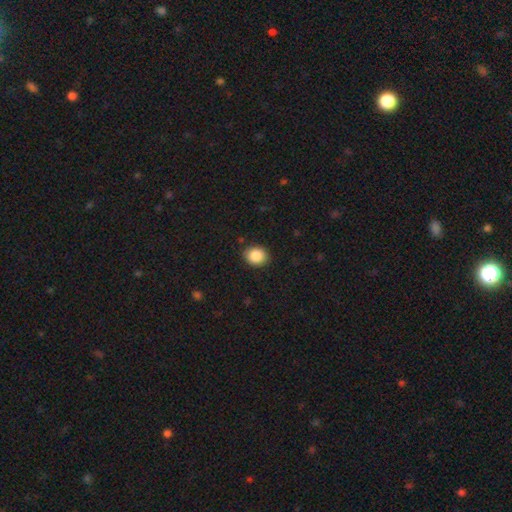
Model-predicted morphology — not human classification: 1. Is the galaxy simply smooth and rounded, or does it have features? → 88% smooth, 8% star or artifact, 4% featured or disk.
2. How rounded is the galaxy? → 60% round, 39% in between, 1% cigar-shaped.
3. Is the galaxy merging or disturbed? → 89% none, 8% minor disturbance, 2% major disturbance, 1% merger.